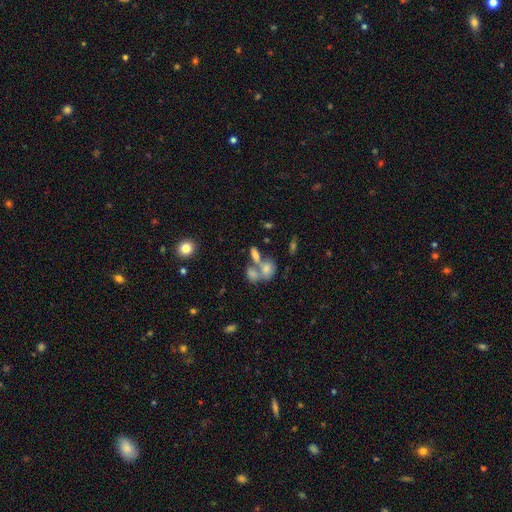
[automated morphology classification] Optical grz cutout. It shows a smooth galaxy with no disk features (63%) that is in between round and cigar-shaped (75%). Merging: merger (53%).